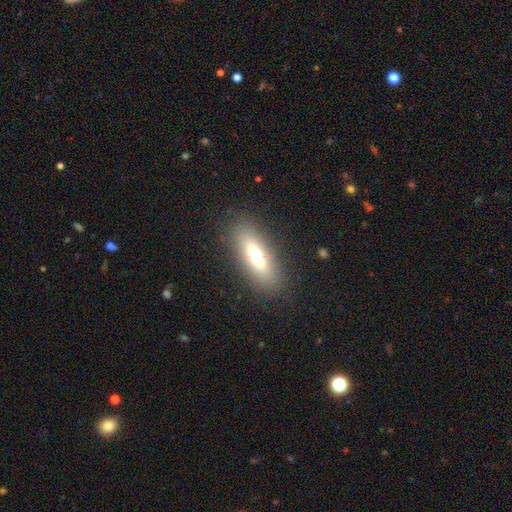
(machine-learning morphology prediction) This appears to be a smooth galaxy with no disk features (65%) that is in between round and cigar-shaped (50%). Merging: none (87%).